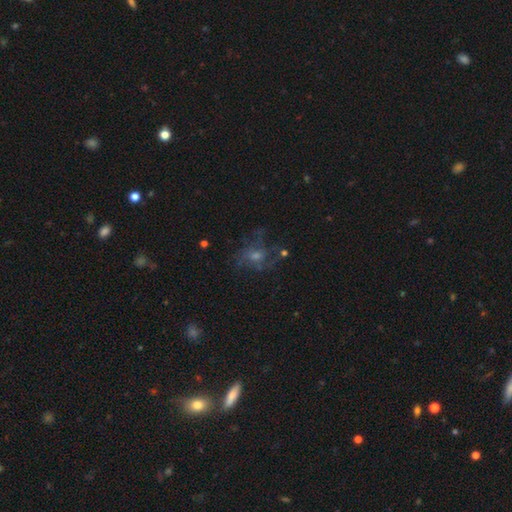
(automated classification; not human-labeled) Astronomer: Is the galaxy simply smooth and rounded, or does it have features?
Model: featured or disk — 54%.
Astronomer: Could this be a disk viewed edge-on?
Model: no — 96%.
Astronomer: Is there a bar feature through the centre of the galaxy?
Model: no — 71%.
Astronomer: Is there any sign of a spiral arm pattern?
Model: yes — 75%.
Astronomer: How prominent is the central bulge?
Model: moderate — 48% (runner-up: small, 36%).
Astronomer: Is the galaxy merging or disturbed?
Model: none — 62%.